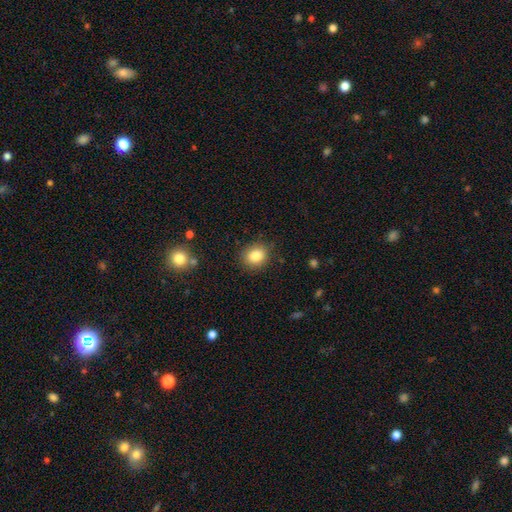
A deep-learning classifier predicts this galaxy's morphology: smooth 83%, star or artifact 10%, featured or disk 7%. Down the decision tree: how rounded — round (69%); merging — none (87%).